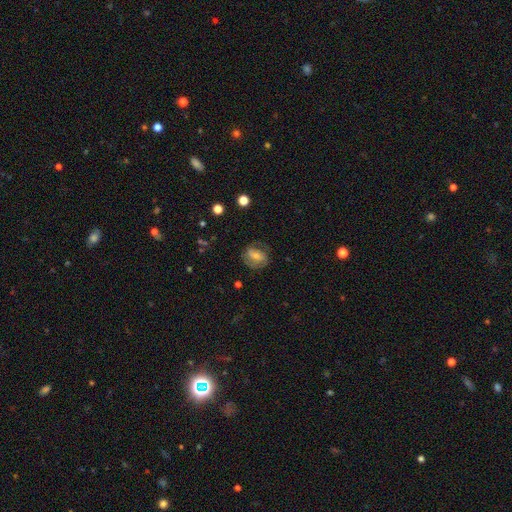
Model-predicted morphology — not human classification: Smooth or featured?
  - featured or disk: 51% *
  - smooth: 40%
  - star or artifact: 9%
Edge-on disk?
  - no: 95% *
  - yes: 5%
Merging?
  - none: 66% *
  - minor disturbance: 20%
  - major disturbance: 12%
  - merger: 2%